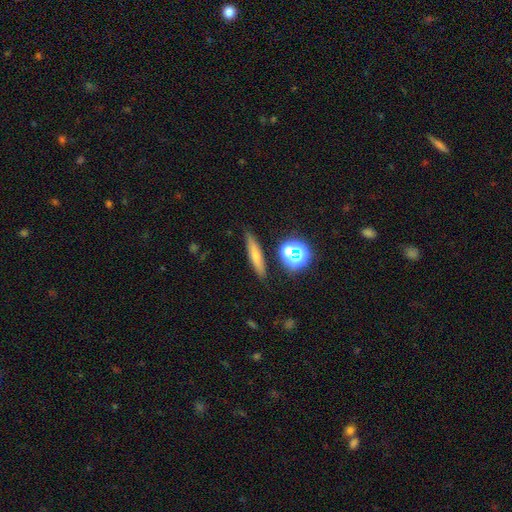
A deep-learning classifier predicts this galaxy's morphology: type=smooth (61%); roundness=cigar-shaped (77%); merging=none (84%).